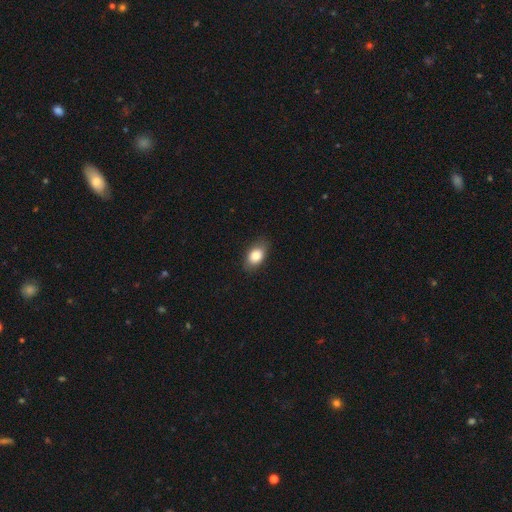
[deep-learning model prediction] Q: Smooth or featured?
A: smooth (83%); runner-up: featured or disk (10%)
Q: How rounded?
A: in between (85%); runner-up: round (13%)
Q: Merging?
A: none (82%); runner-up: minor disturbance (14%)